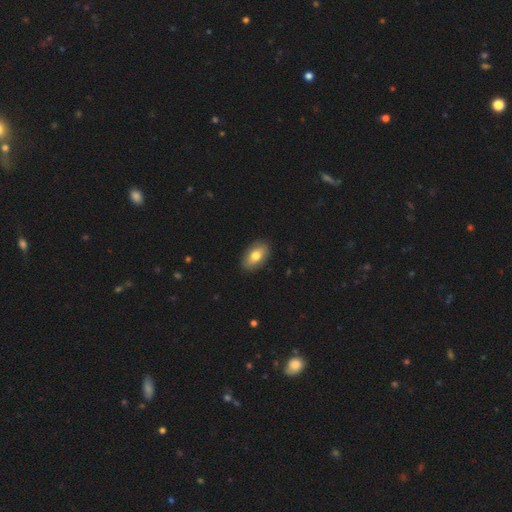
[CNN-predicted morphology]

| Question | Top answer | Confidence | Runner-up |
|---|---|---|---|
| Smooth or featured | smooth | 74% | featured or disk (19%) |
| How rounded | in between | 91% | round (7%) |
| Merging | none | 89% | minor disturbance (8%) |